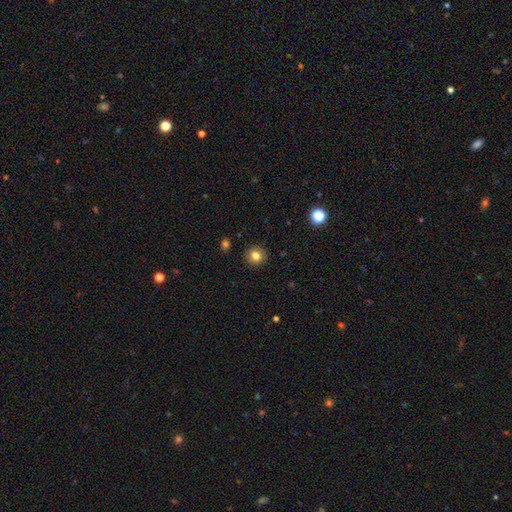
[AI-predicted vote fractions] This is clearly a smooth galaxy (81%). How rounded: clearly round (88%). Merging: clearly none (91%).